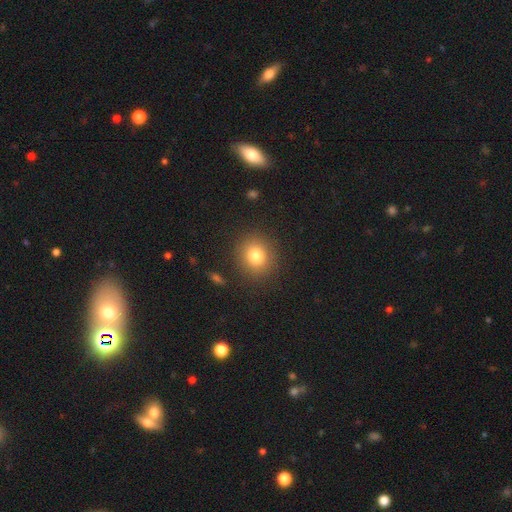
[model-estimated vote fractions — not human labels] This is likely a smooth galaxy (80%). How rounded: clearly round (82%). Merging: clearly none (88%).